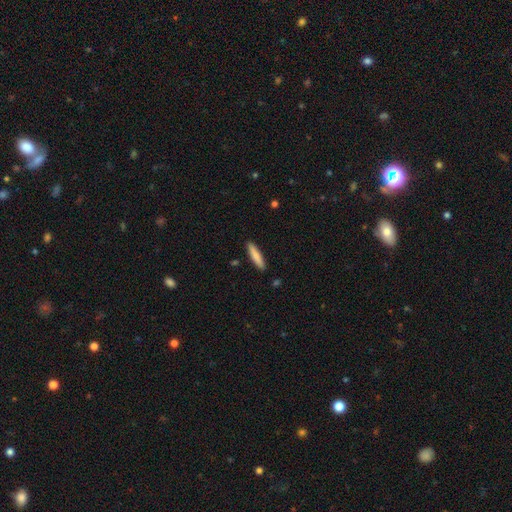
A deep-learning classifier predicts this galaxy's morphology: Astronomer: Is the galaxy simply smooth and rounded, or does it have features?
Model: smooth — 81%.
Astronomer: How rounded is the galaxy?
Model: cigar-shaped — 86%.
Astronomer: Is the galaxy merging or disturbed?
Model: none — 90%.